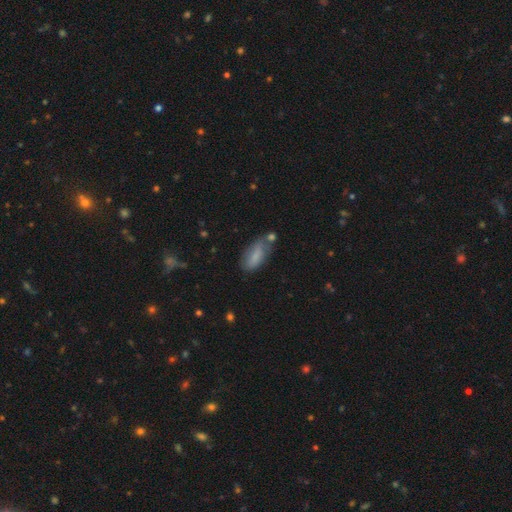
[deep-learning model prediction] smooth 79%, featured or disk 13%, star or artifact 7%. Down the decision tree: how rounded — in between (82%); merging — none (53%).